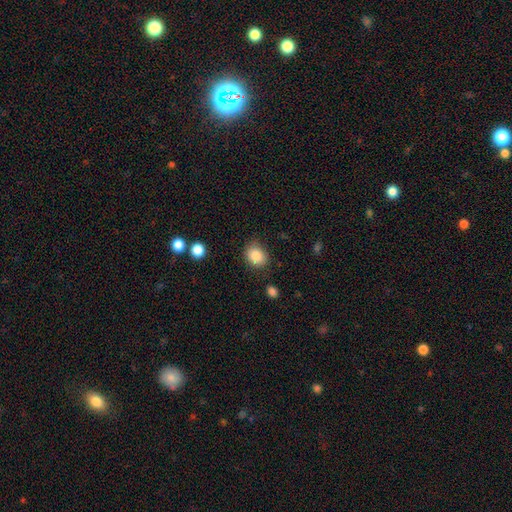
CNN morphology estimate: Q: Smooth or featured?
A: smooth (86%); runner-up: star or artifact (9%)
Q: How rounded?
A: round (54%); runner-up: in between (45%)
Q: Merging?
A: none (78%); runner-up: minor disturbance (15%)